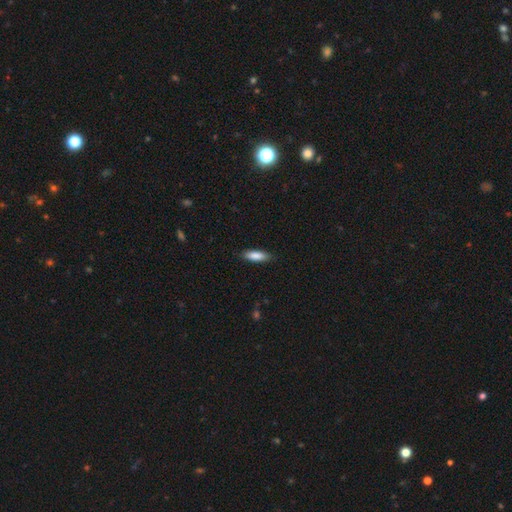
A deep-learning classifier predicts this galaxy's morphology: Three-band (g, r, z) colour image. It shows a smooth galaxy with no disk features (85%) that is in between round and cigar-shaped (52%). Merging: none (86%).